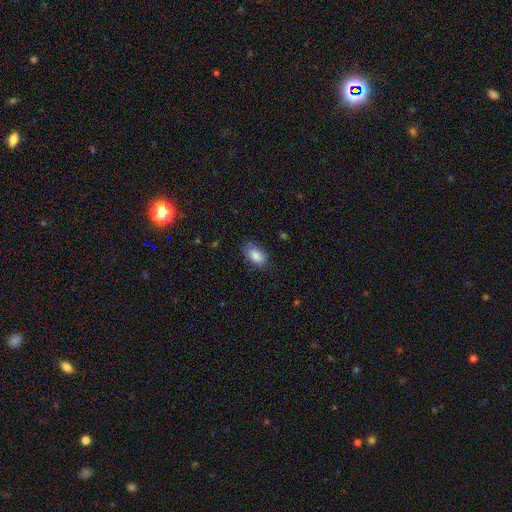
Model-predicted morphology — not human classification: smooth-or-featured: smooth: 87% | star or artifact: 7% | featured or disk: 6%
  how-rounded: in between: 92% | round: 7% | cigar-shaped: 2%
  merging: none: 76% | minor disturbance: 18% | major disturbance: 4% | merger: 1%